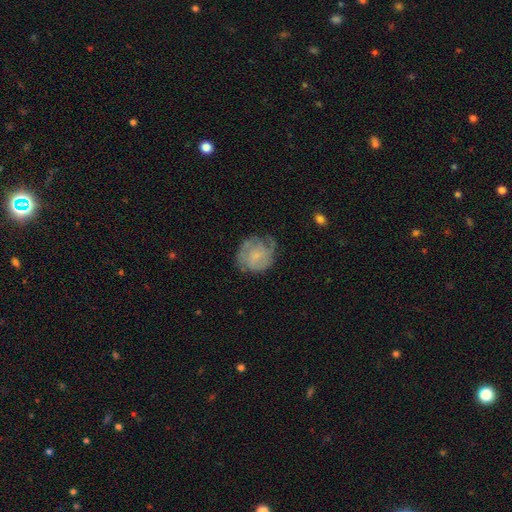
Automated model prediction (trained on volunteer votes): Q: Smooth or featured?
A: featured or disk (55%); runner-up: smooth (38%)
Q: Edge-on disk?
A: no (98%); runner-up: yes (2%)
Q: Bar?
A: no (69%); runner-up: weak (27%)
Q: Spiral arms?
A: yes (80%); runner-up: no (20%)
Q: Bulge size?
A: small (53%); runner-up: none (26%)
Q: Merging?
A: none (60%); runner-up: minor disturbance (25%)